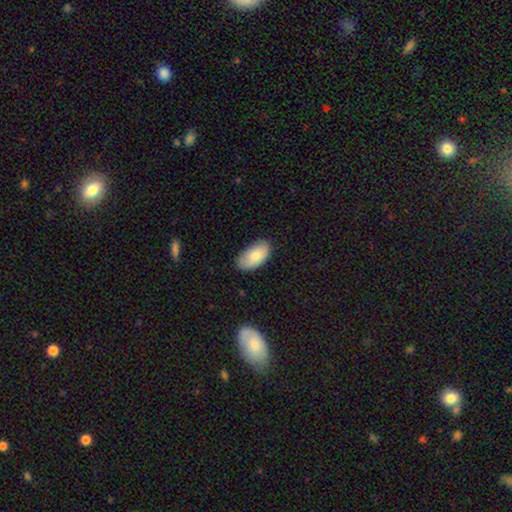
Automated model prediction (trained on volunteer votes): A smooth galaxy with no disk features (80%) that is in between round and cigar-shaped (95%). Merging: none (77%).